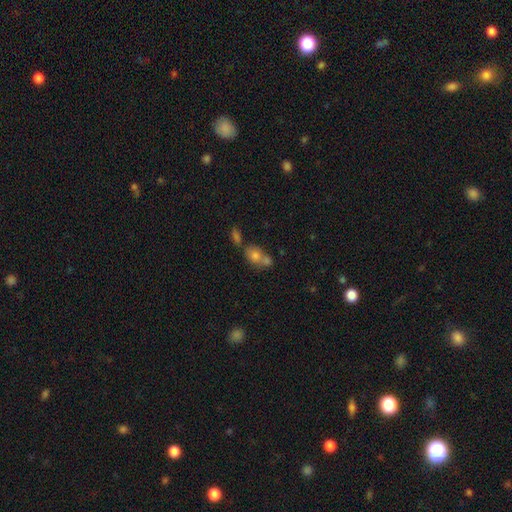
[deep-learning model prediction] The model was most divided on "merging": merger: 44%, none: 39%, minor disturbance: 12%, major disturbance: 6%. More confident: smooth or featured — smooth (66%); how rounded — in between (53%).